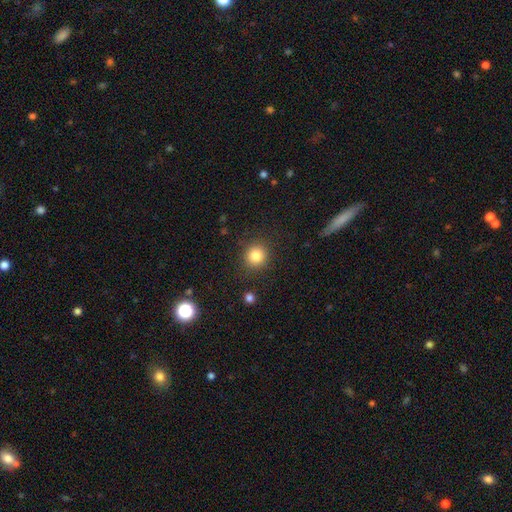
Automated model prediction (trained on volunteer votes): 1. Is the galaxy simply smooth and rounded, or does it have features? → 83% smooth, 12% star or artifact, 6% featured or disk.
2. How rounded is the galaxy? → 90% round, 9% in between, 1% cigar-shaped.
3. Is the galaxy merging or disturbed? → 87% none, 8% minor disturbance, 3% major disturbance, 2% merger.